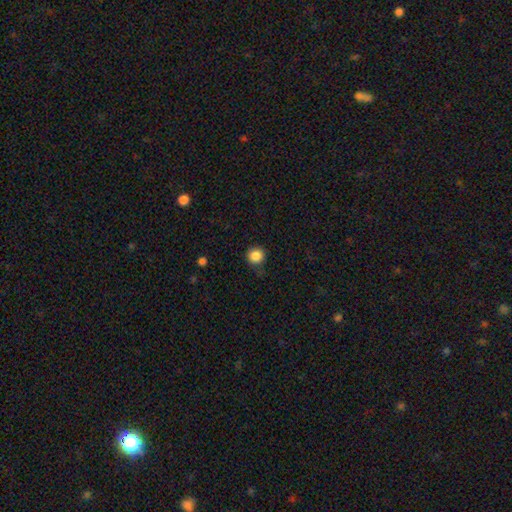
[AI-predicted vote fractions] The model was most divided on "merging": none: 81%, minor disturbance: 14%, major disturbance: 3%, merger: 1%. More confident: how rounded — round (94%); smooth or featured — smooth (86%).